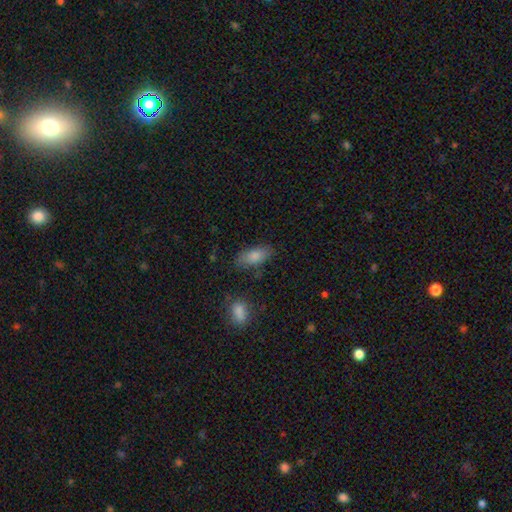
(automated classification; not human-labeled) Q: Smooth or featured?
A: smooth (81%); runner-up: featured or disk (11%)
Q: How rounded?
A: in between (86%); runner-up: cigar-shaped (11%)
Q: Merging?
A: none (78%); runner-up: minor disturbance (14%)